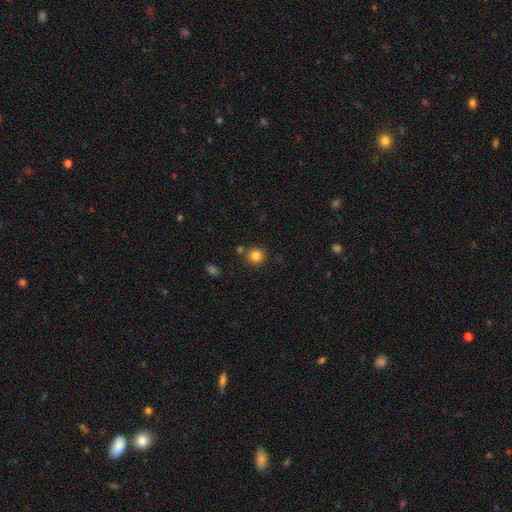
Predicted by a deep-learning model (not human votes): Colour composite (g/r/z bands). It shows a smooth galaxy with no disk features (83%) that is round (91%). Merging: none (80%).